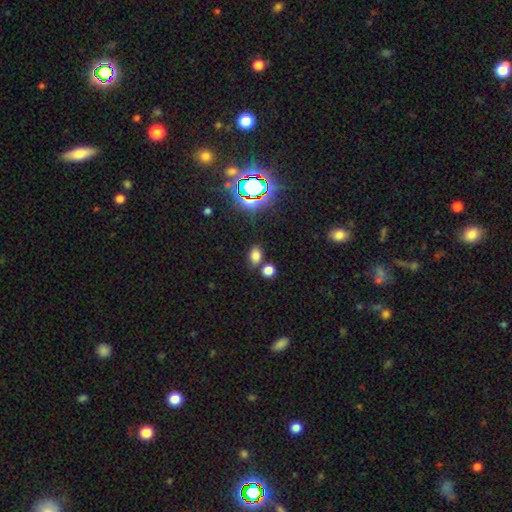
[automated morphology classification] A smooth galaxy with no disk features (72%) that is in between round and cigar-shaped (75%).

Vote fractions:
- Smooth or featured? smooth: 72% / star or artifact: 21% / featured or disk: 6%
- How rounded? in between: 75% / round: 23% / cigar-shaped: 2%
- Merging? none: 73% / merger: 13% / minor disturbance: 11% / major disturbance: 4%